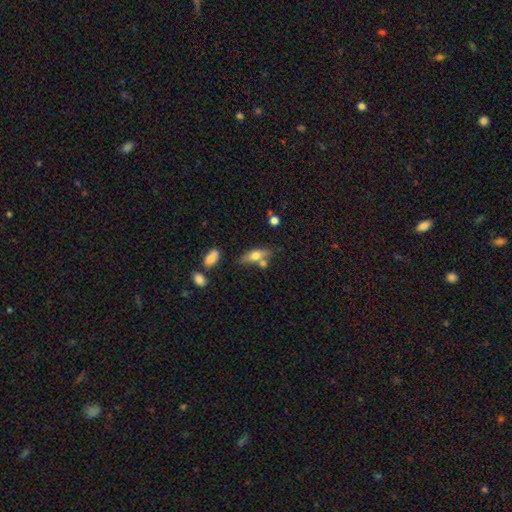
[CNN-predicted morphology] The model was most divided on "smooth or featured": smooth: 63%, featured or disk: 29%, star or artifact: 8%. More confident: how rounded — in between (66%); merging — none (55%).